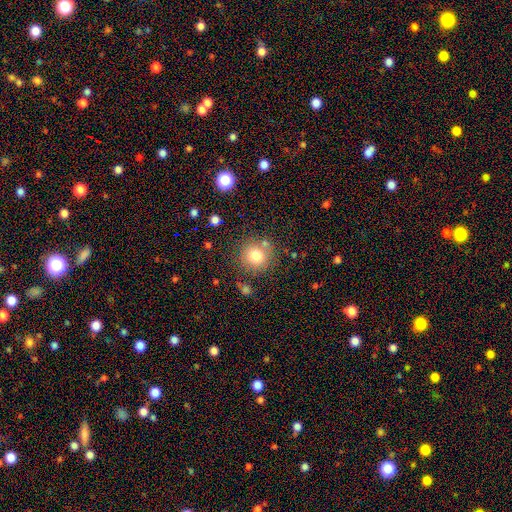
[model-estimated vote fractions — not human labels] Smooth or featured: smooth — 78% (star or artifact — 12%)
How rounded: round — 92% (in between — 7%)
Merging: none — 76% (minor disturbance — 11%)